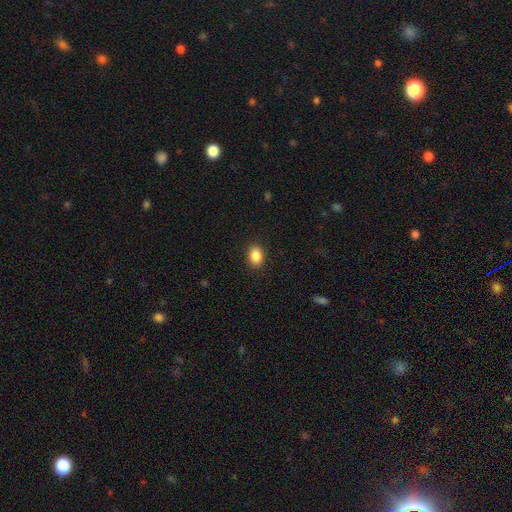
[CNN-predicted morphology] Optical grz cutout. It shows a smooth galaxy with no disk features (87%) that is in between round and cigar-shaped (75%). Merging: none (90%).